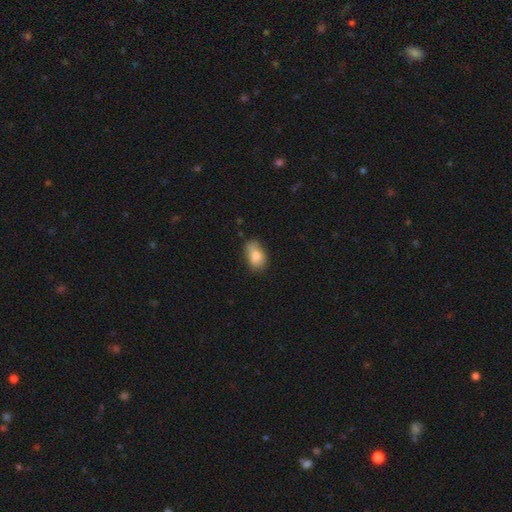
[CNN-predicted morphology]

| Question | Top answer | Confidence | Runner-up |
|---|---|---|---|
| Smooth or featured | smooth | 80% | featured or disk (12%) |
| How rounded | in between | 86% | round (13%) |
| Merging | none | 57% | minor disturbance (31%) |